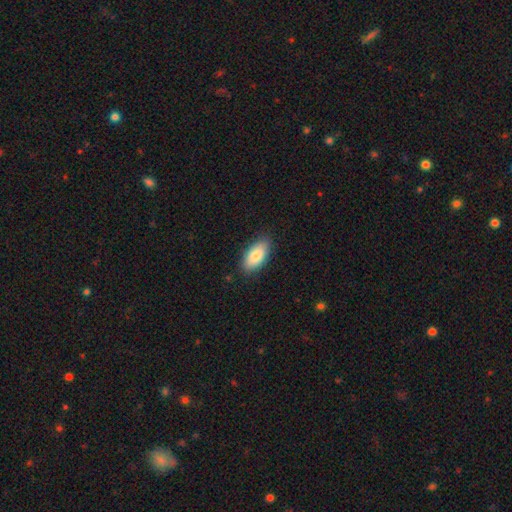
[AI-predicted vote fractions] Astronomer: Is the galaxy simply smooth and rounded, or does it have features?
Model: smooth — 83%.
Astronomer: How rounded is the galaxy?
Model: in between — 91%.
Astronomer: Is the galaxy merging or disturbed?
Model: none — 85%.